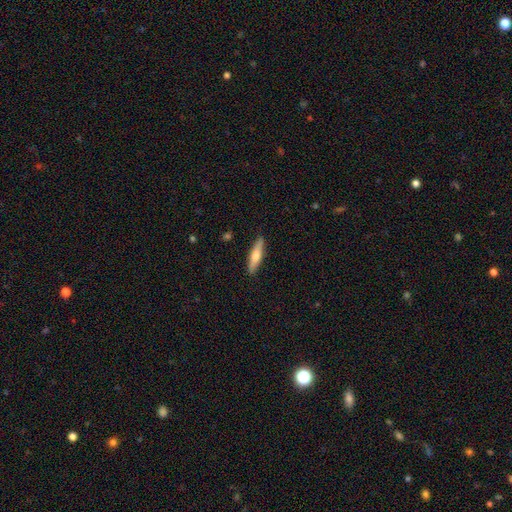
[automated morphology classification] Smooth or featured?
  - smooth: 58% *
  - featured or disk: 36%
  - star or artifact: 6%
How rounded?
  - cigar-shaped: 79% *
  - in between: 19%
  - round: 2%
Merging?
  - none: 90% *
  - minor disturbance: 8%
  - major disturbance: 2%
  - merger: 1%